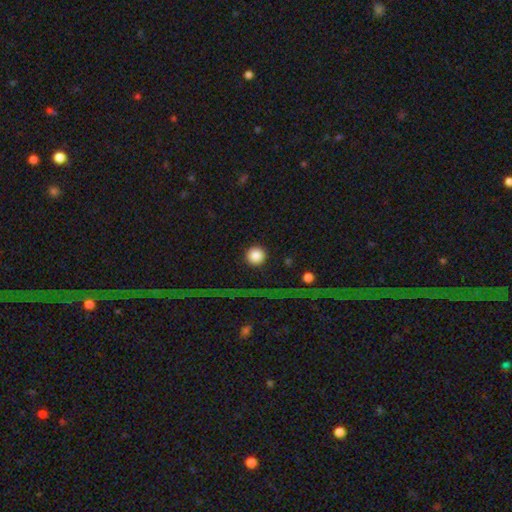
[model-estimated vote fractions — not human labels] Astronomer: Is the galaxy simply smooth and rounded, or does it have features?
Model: smooth — 84%.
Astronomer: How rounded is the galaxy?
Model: round — 96%.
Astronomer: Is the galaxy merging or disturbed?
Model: none — 90%.